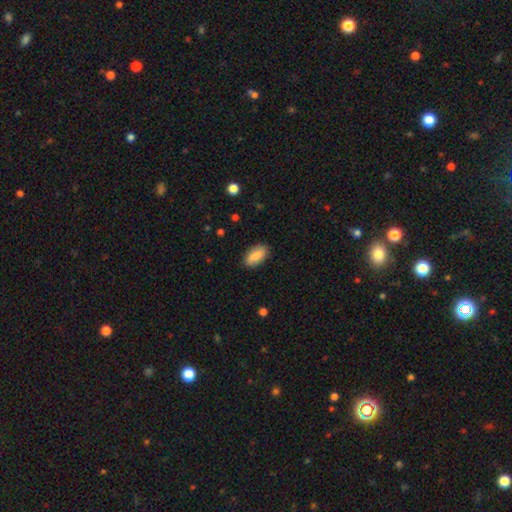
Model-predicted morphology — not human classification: This appears to be a smooth galaxy with no disk features (86%) that is in between round and cigar-shaped (92%). Merging: none (87%).